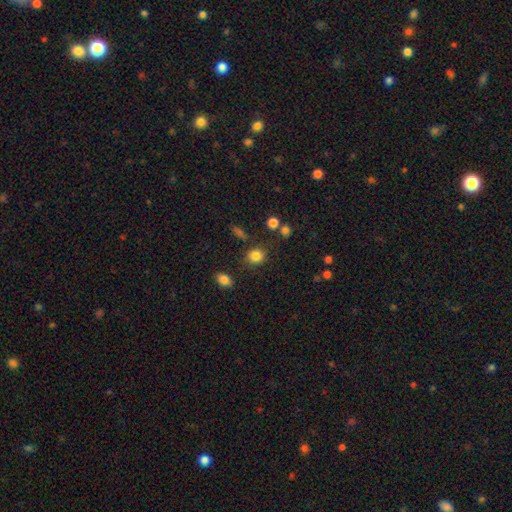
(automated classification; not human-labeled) Q: Smooth or featured?
A: smooth (83%); runner-up: star or artifact (11%)
Q: How rounded?
A: round (74%); runner-up: in between (25%)
Q: Merging?
A: none (79%); runner-up: minor disturbance (12%)